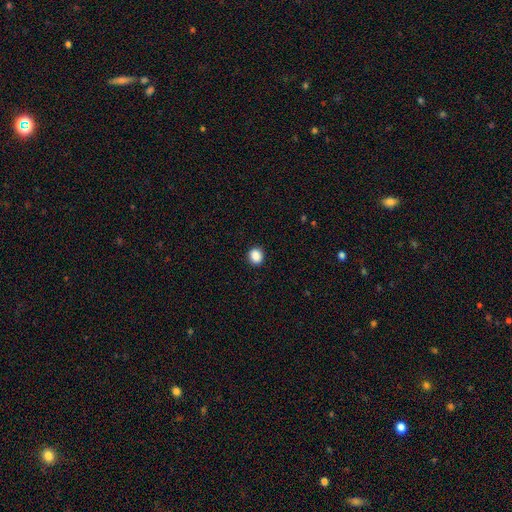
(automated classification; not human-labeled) Smooth or featured?
  - smooth: 88% *
  - star or artifact: 9%
  - featured or disk: 2%
How rounded?
  - round: 72% *
  - in between: 27%
  - cigar-shaped: 1%
Merging?
  - none: 91% *
  - minor disturbance: 6%
  - major disturbance: 2%
  - merger: 1%